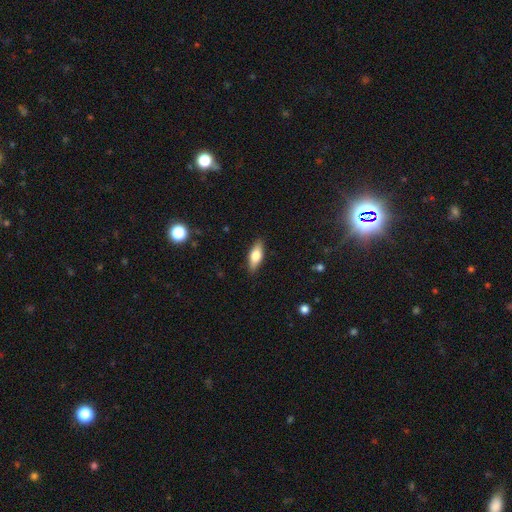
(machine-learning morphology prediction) type=smooth (67%); roundness=in between (69%); merging=none (88%).